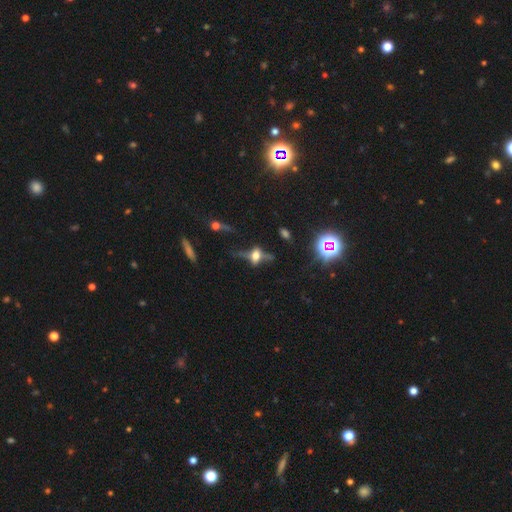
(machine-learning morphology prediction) This is possibly a featured or disk galaxy (54%). It is likely viewed edge-on (75%). Merging: possibly none (53%).